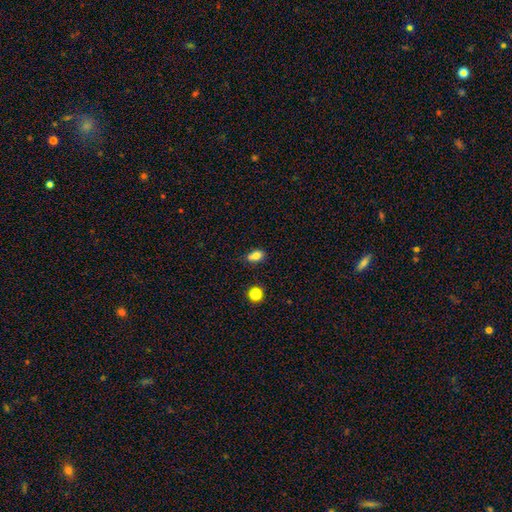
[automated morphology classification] Smooth or featured? smooth (77%)
How rounded? in between (81%)
Merging? none (62%)